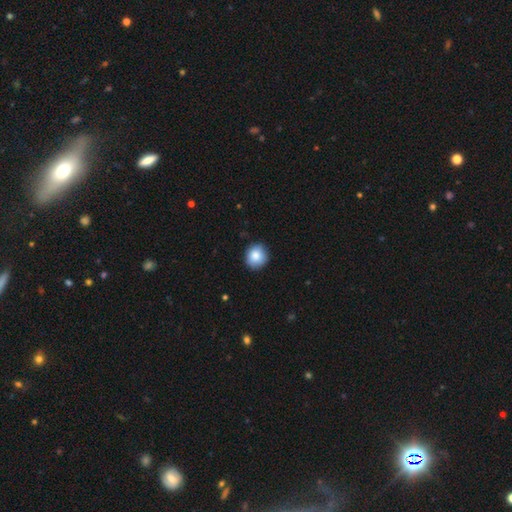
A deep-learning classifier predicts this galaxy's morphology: Smooth or featured?
  - smooth: 86% *
  - star or artifact: 8%
  - featured or disk: 7%
How rounded?
  - round: 87% *
  - in between: 12%
  - cigar-shaped: 1%
Merging?
  - none: 86% *
  - minor disturbance: 11%
  - major disturbance: 2%
  - merger: 1%